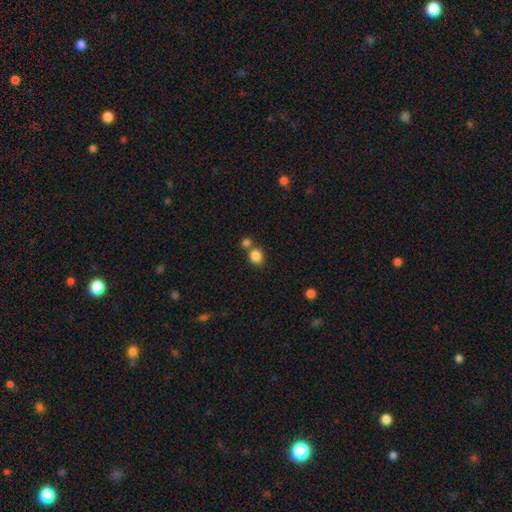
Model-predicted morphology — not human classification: Q: Smooth or featured?
A: smooth (85%); runner-up: star or artifact (10%)
Q: How rounded?
A: round (70%); runner-up: in between (29%)
Q: Merging?
A: none (57%); runner-up: merger (30%)